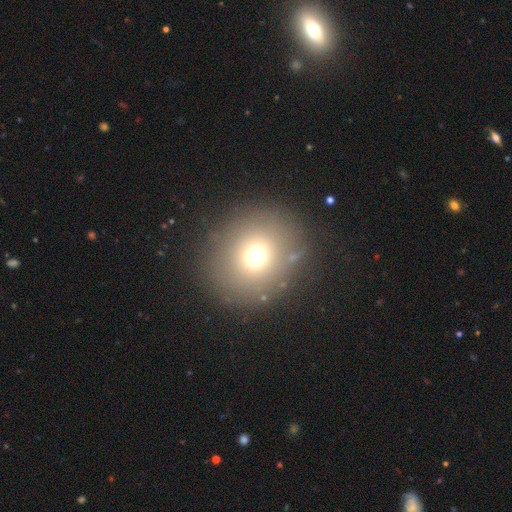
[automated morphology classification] This appears to be a smooth galaxy with no disk features (69%) that is round (83%). Merging: none (84%).